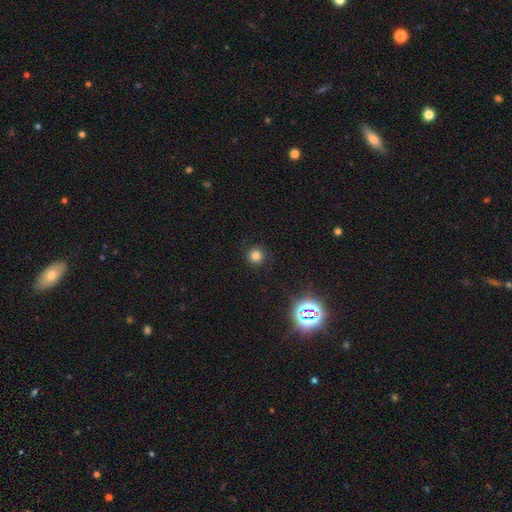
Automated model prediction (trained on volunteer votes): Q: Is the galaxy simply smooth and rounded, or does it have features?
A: smooth — 77%.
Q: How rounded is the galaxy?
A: round — 94%.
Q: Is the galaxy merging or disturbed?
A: none — 88%.